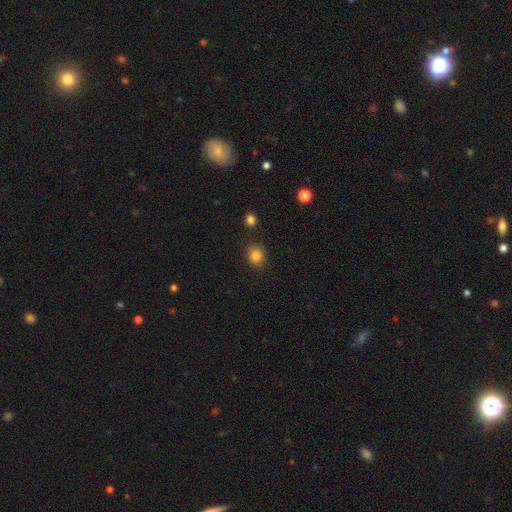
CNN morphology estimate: A smooth galaxy with no disk features (84%) that is round (59%).

Vote fractions:
- Smooth or featured? smooth: 84% / star or artifact: 11% / featured or disk: 5%
- How rounded? round: 59% / in between: 40% / cigar-shaped: 1%
- Merging? none: 82% / minor disturbance: 11% / merger: 4% / major disturbance: 3%